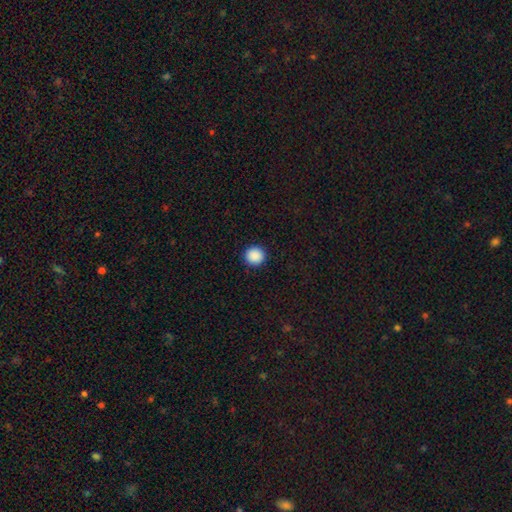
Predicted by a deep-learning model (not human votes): This is clearly a smooth galaxy (89%). How rounded: clearly round (94%). Merging: clearly none (93%).